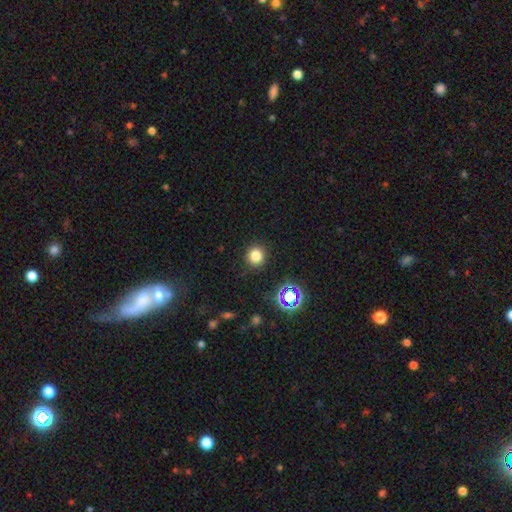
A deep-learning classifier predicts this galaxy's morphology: The model was most divided on "smooth or featured": smooth: 77%, star or artifact: 18%, featured or disk: 5%. More confident: how rounded — round (90%); merging — none (90%).